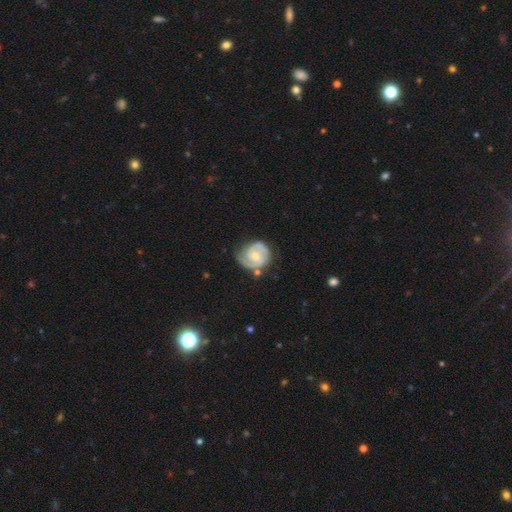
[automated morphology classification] A featured or disk galaxy (79%) with no bar (52%), 2 (63%) tight (53%) spiral arms (95%) and a small central bulge (56%). Merging: none (59%).